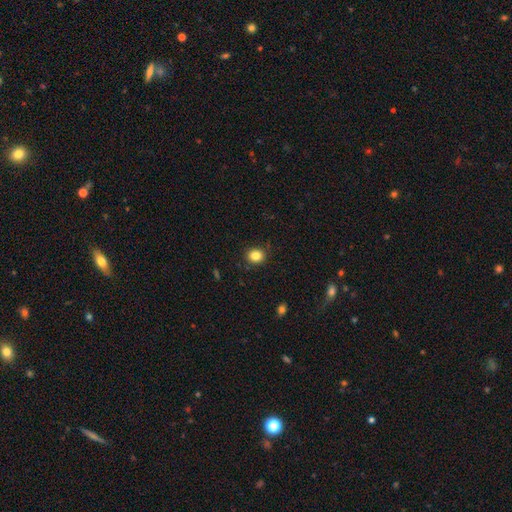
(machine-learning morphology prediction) Q: Smooth or featured?
A: smooth (83%); runner-up: star or artifact (11%)
Q: How rounded?
A: round (74%); runner-up: in between (26%)
Q: Merging?
A: none (88%); runner-up: minor disturbance (9%)